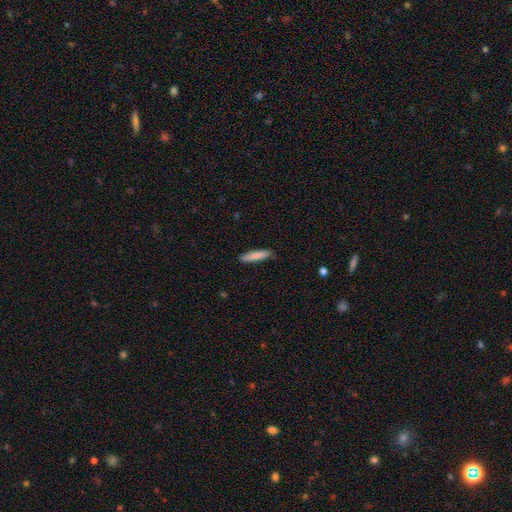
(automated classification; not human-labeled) The model was most divided on "how rounded": cigar-shaped: 84%, in between: 15%, round: 1%. More confident: merging — none (89%); smooth or featured — smooth (83%).